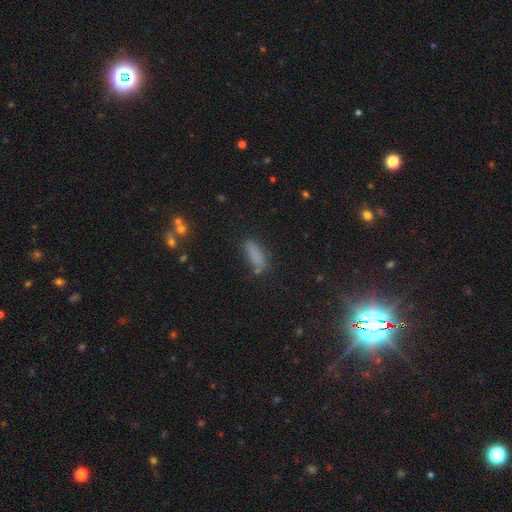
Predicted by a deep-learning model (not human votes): Smooth or featured? Predicted: smooth (p=0.79). How rounded? Predicted: in between (p=0.65). Merging? Predicted: none (p=0.70).